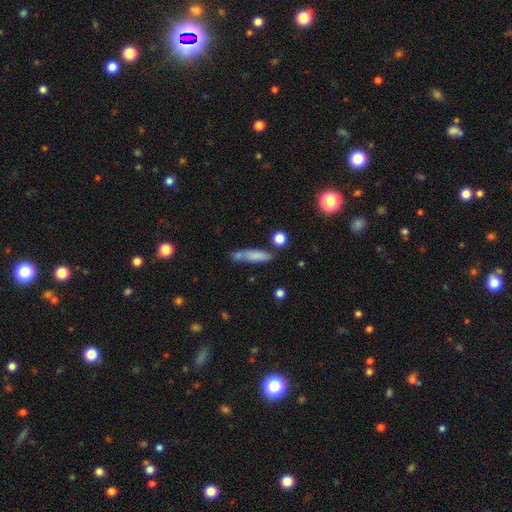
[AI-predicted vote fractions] Smooth or featured: smooth — 76% (featured or disk — 16%)
How rounded: cigar-shaped — 74% (in between — 23%)
Merging: none — 60% (minor disturbance — 18%)